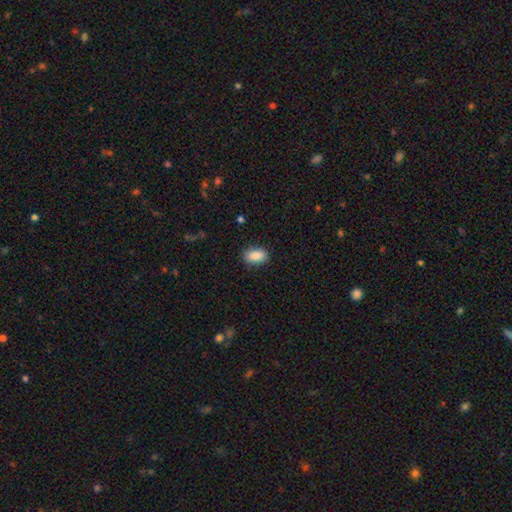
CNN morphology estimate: This is clearly a smooth galaxy (89%). How rounded: clearly in between (90%). Merging: clearly none (87%).